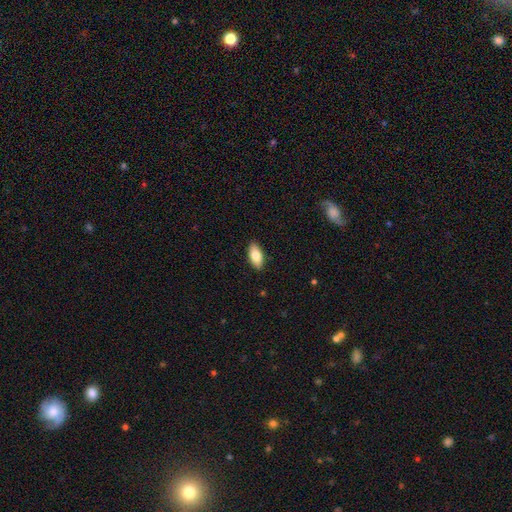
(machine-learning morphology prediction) Overall: smooth (80%). How rounded: in between (89%). Merging: none (90%).